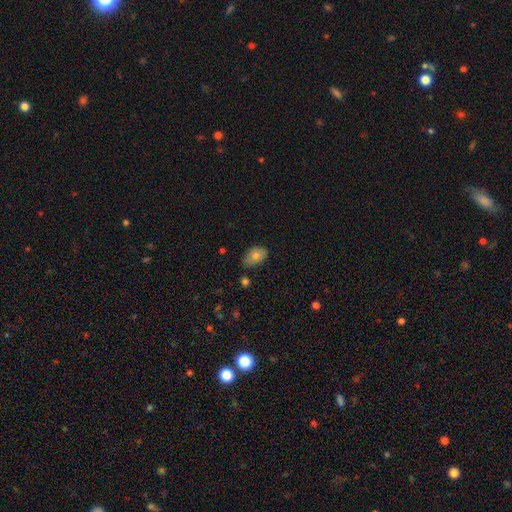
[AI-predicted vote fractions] This appears to be a smooth galaxy with no disk features (75%) that is in between round and cigar-shaped (87%). Merging: none (65%).